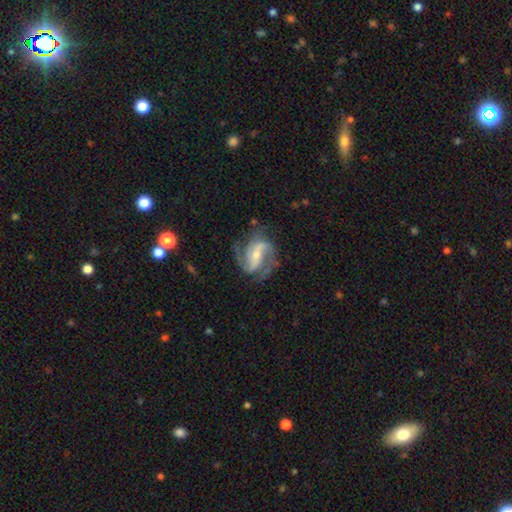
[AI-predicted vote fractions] smooth_or_featured: featured or disk (p=0.90) [alt: smooth p=0.05]
disk_edge_on: no (p=0.97) [alt: yes p=0.03]
bar: weak (p=0.38) [alt: strong p=0.37]
has_spiral_arms: yes (p=0.97) [alt: no p=0.03]
spiral_winding: medium (p=0.55) [alt: tight p=0.23]
spiral_arm_count: 2 (p=0.64) [alt: 3 p=0.22]
bulge_size: small (p=0.57) [alt: moderate p=0.37]
merging: none (p=0.71) [alt: minor disturbance p=0.17]